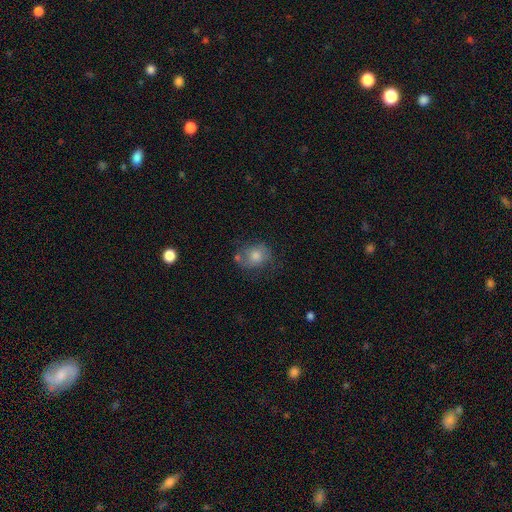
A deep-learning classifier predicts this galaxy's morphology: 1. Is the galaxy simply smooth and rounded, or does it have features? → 60% smooth, 26% featured or disk, 13% star or artifact.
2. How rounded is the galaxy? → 60% round, 39% in between, 1% cigar-shaped.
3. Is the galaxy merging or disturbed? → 57% none, 24% minor disturbance, 12% major disturbance, 7% merger.